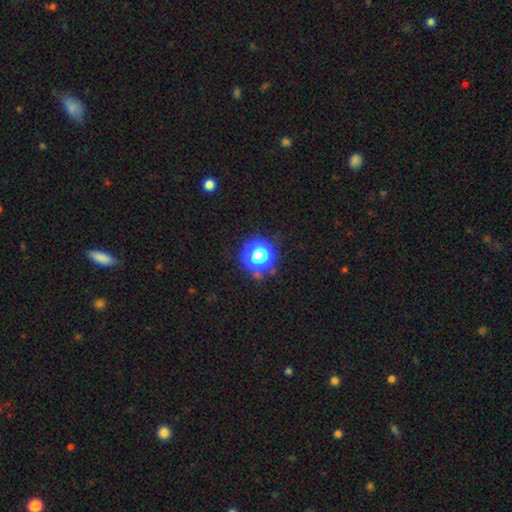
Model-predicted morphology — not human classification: This is possibly a smooth galaxy (59%). How rounded: clearly round (92%). Merging: likely none (74%).